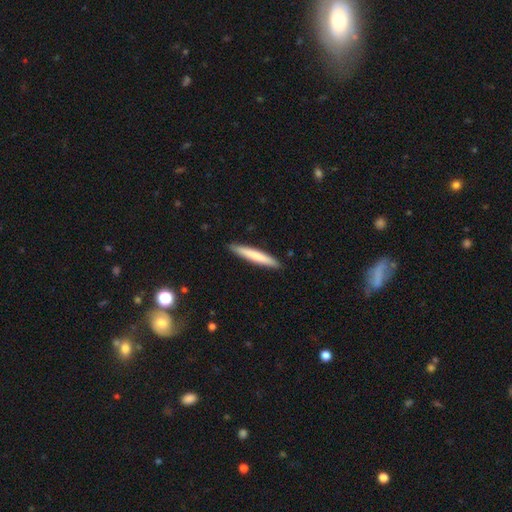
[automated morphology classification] A smooth galaxy with no disk features (73%) that is cigar-shaped (95%).

Vote fractions:
- Smooth or featured? smooth: 73% / featured or disk: 23% / star or artifact: 5%
- How rounded? cigar-shaped: 95% / in between: 4% / round: 1%
- Merging? none: 91% / minor disturbance: 7% / major disturbance: 1% / merger: 1%